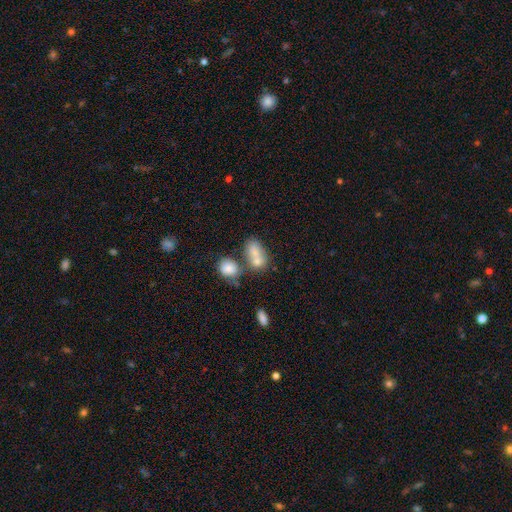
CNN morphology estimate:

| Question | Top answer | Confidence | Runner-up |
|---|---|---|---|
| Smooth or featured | smooth | 74% | featured or disk (16%) |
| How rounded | in between | 78% | round (19%) |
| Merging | merger | 52% | none (29%) |